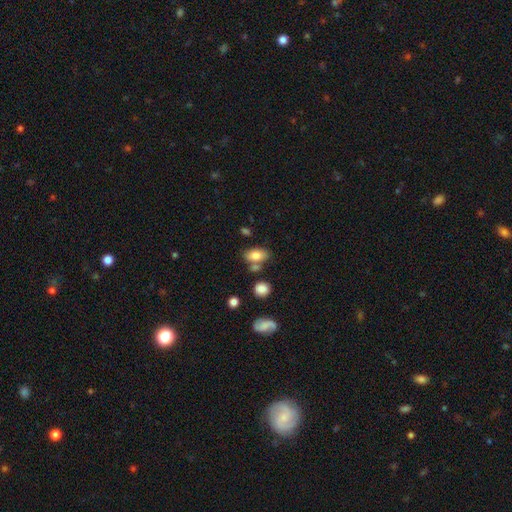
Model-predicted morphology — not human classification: Q: Smooth or featured?
A: smooth (79%); runner-up: featured or disk (12%)
Q: How rounded?
A: in between (88%); runner-up: round (9%)
Q: Merging?
A: none (64%); runner-up: minor disturbance (16%)